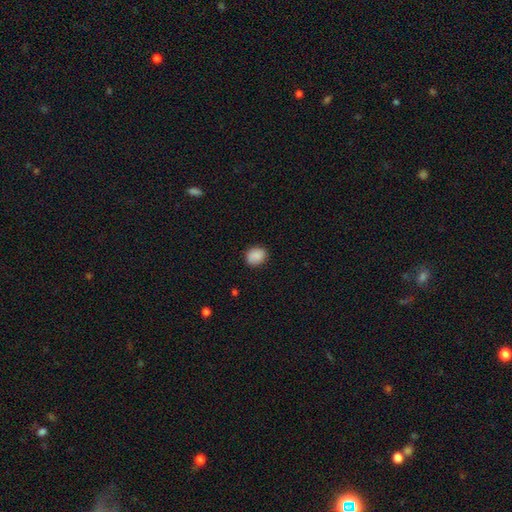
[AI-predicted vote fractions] The model was most divided on "how rounded": round: 56%, in between: 43%, cigar-shaped: 1%. More confident: smooth or featured — smooth (88%); merging — none (84%).